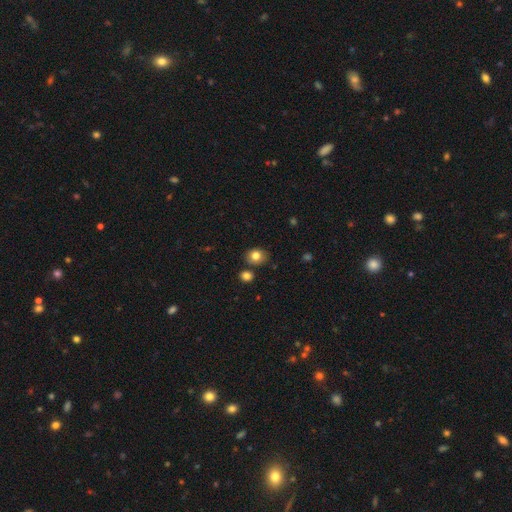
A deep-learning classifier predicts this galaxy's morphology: Smooth or featured? Predicted: smooth (p=0.82). How rounded? Predicted: round (p=0.62). Merging? Predicted: none (p=0.78).